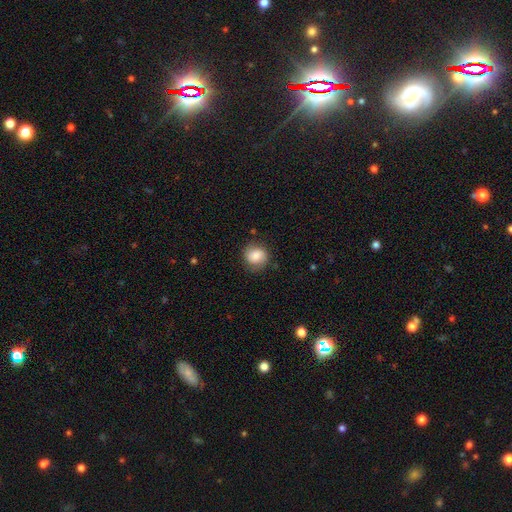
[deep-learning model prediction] A smooth galaxy with no disk features (72%) that is round (83%). Merging: none (75%).